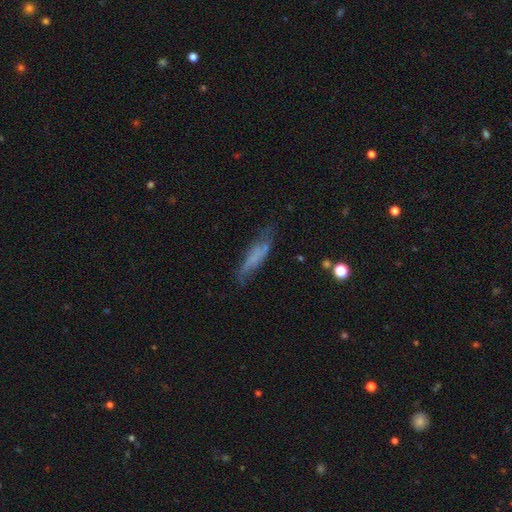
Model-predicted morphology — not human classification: Q: Smooth or featured?
A: smooth (52%); runner-up: featured or disk (37%)
Q: How rounded?
A: cigar-shaped (73%); runner-up: in between (25%)
Q: Merging?
A: none (59%); runner-up: minor disturbance (26%)